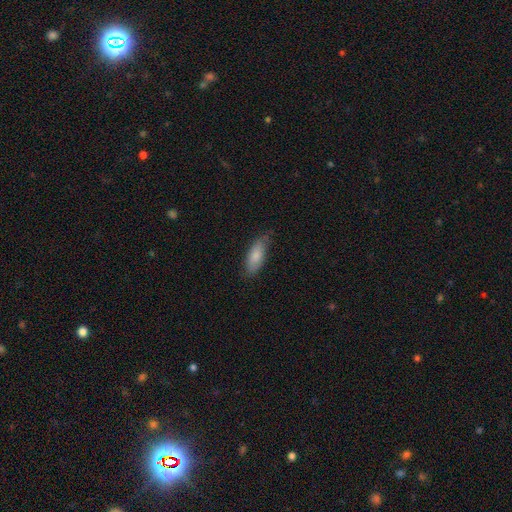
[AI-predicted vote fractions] A smooth galaxy with no disk features (81%) that is in between round and cigar-shaped (74%). Merging: none (71%).